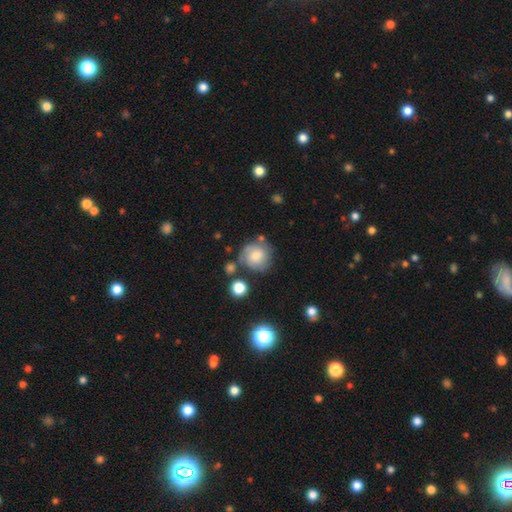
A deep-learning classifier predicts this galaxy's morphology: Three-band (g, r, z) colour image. It shows a smooth galaxy with no disk features (60%) that is round (87%). Merging: none (62%).